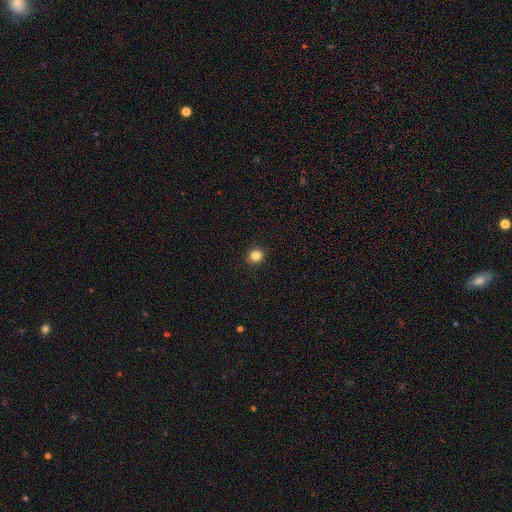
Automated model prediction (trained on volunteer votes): A smooth galaxy with no disk features (84%) that is round (90%). Merging: none (93%).